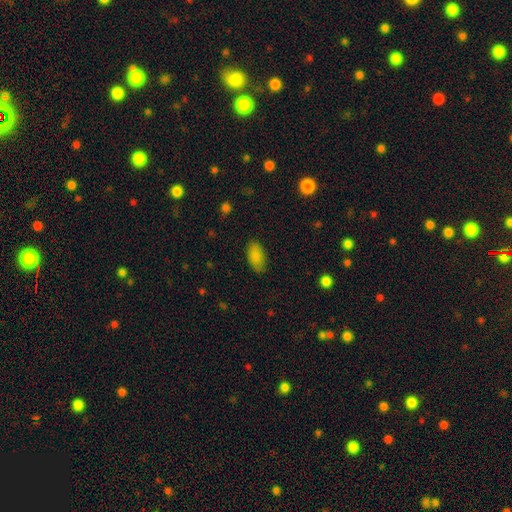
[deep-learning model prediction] Smooth or featured?
  - smooth: 87% *
  - star or artifact: 8%
  - featured or disk: 5%
How rounded?
  - in between: 93% *
  - cigar-shaped: 4%
  - round: 3%
Merging?
  - none: 84% *
  - minor disturbance: 12%
  - major disturbance: 3%
  - merger: 1%